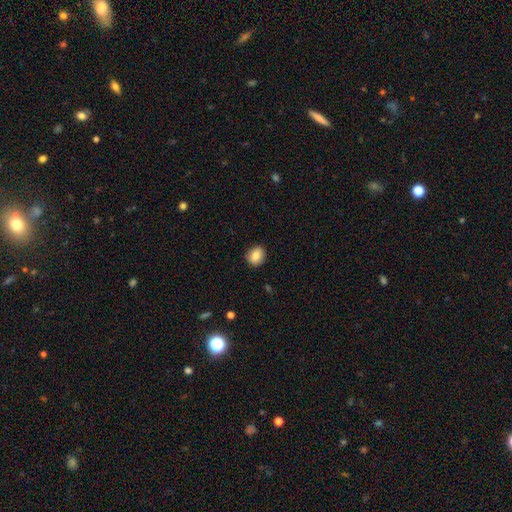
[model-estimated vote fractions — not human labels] A smooth galaxy with no disk features (84%) that is round (67%).

Vote fractions:
- Smooth or featured? smooth: 84% / star or artifact: 8% / featured or disk: 8%
- How rounded? round: 67% / in between: 32% / cigar-shaped: 1%
- Merging? none: 88% / minor disturbance: 9% / major disturbance: 2% / merger: 1%